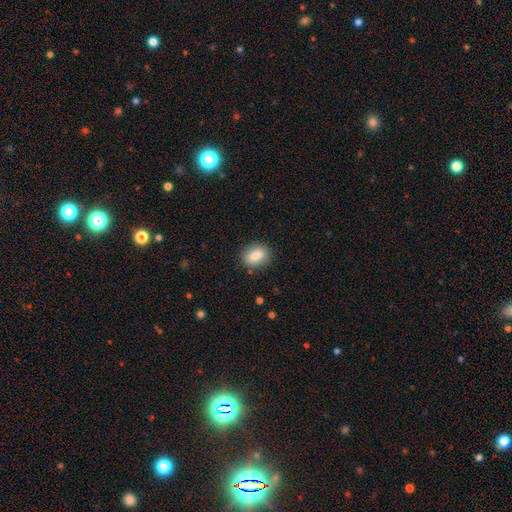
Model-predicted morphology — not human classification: The model was most divided on "how rounded": in between: 62%, round: 36%, cigar-shaped: 2%. More confident: merging — none (86%); smooth or featured — smooth (84%).